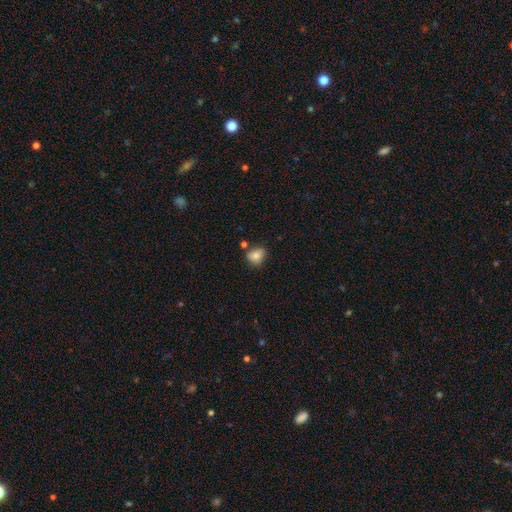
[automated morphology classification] Overall: smooth (79%). How rounded: round (53%; in between 46%). Merging: none (61%; minor disturbance 25%).